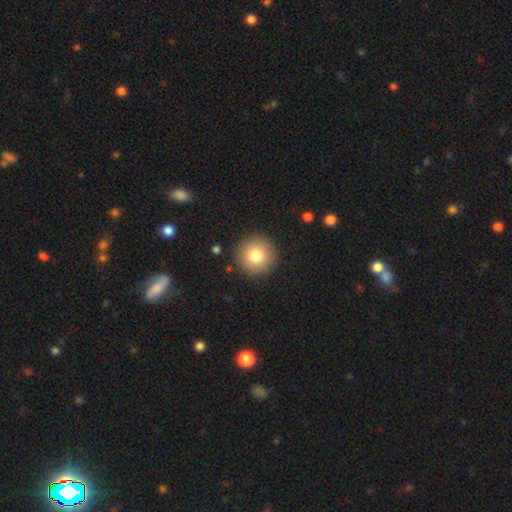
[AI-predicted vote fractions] Smooth or featured?
  - smooth: 82% *
  - star or artifact: 9%
  - featured or disk: 9%
How rounded?
  - round: 96% *
  - in between: 3%
  - cigar-shaped: 1%
Merging?
  - none: 90% *
  - minor disturbance: 6%
  - major disturbance: 2%
  - merger: 1%